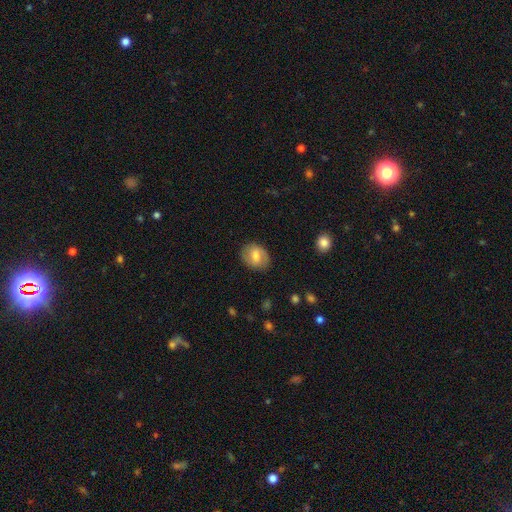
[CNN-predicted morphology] Smooth or featured? smooth (57%)
How rounded? in between (58%)
Merging? none (82%)